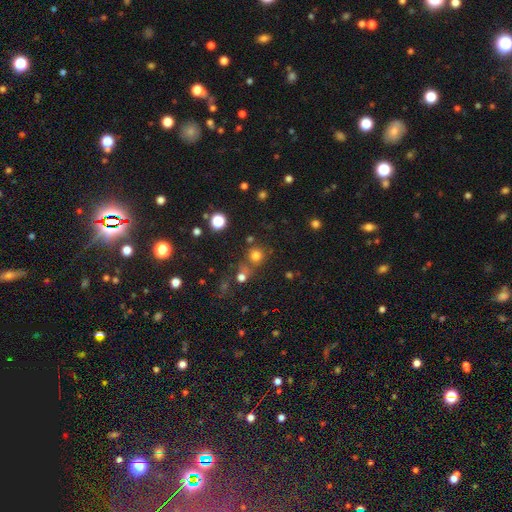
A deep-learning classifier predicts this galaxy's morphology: Smooth or featured: smooth — 73% (star or artifact — 21%)
How rounded: round — 90% (in between — 9%)
Merging: none — 68% (merger — 17%)